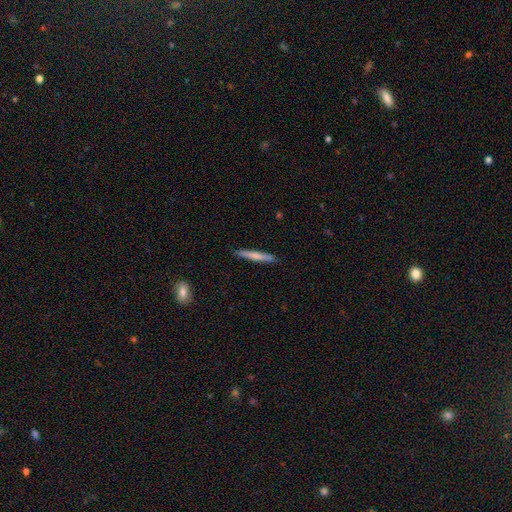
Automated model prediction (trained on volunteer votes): smooth-or-featured: smooth: 67% | featured or disk: 28% | star or artifact: 5%
  how-rounded: cigar-shaped: 96% | in between: 3% | round: 1%
  merging: none: 90% | minor disturbance: 7% | major disturbance: 1% | merger: 1%